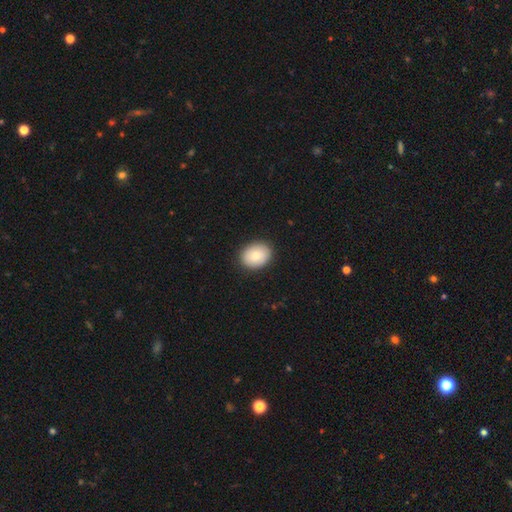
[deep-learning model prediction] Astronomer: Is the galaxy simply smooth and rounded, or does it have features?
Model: smooth — 81%.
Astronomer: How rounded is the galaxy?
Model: in between — 56% (runner-up: round, 43%).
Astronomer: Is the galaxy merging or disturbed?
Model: none — 89%.